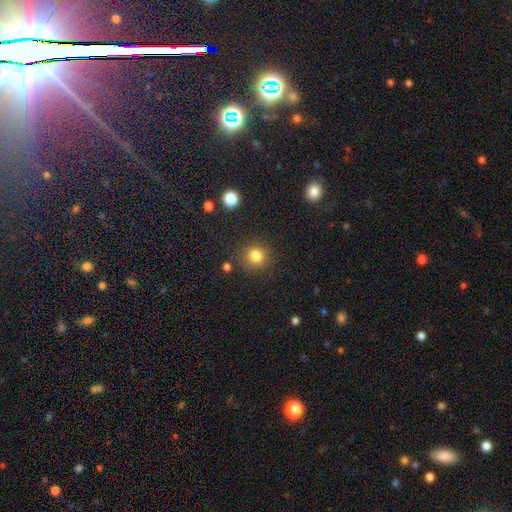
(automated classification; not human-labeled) This appears to be a smooth galaxy with no disk features (82%) that is round (91%). Merging: none (85%).